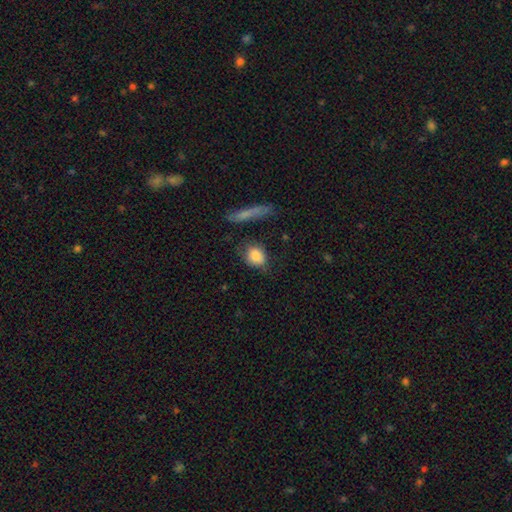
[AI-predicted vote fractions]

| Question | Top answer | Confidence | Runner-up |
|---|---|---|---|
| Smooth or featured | smooth | 83% | featured or disk (9%) |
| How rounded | in between | 50% | round (46%) |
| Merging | none | 65% | minor disturbance (23%) |